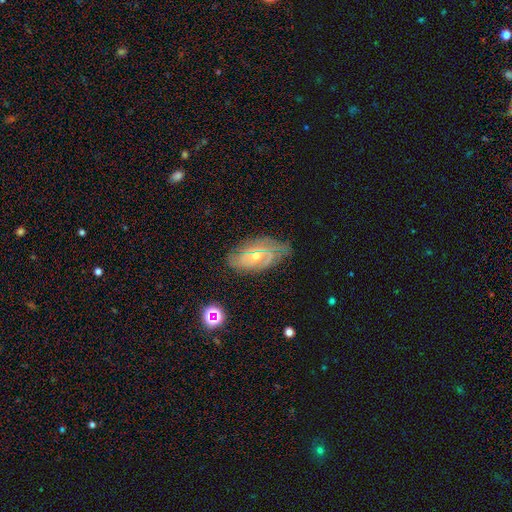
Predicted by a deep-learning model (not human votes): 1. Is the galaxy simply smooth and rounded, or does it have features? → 77% featured or disk, 14% smooth, 9% star or artifact.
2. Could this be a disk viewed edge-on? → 93% no, 7% yes.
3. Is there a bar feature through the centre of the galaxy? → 56% no, 35% weak, 9% strong.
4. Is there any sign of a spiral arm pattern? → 88% yes, 12% no.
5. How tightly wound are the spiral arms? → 65% tight, 27% medium, 8% loose.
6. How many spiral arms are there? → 42% can't tell, 28% 2, 14% 3, 6% 1, 6% 4, 4% more than 4.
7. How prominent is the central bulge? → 64% moderate, 31% small, 3% large, 1% none, 1% dominant.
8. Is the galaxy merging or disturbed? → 69% none, 23% minor disturbance, 7% major disturbance, 2% merger.